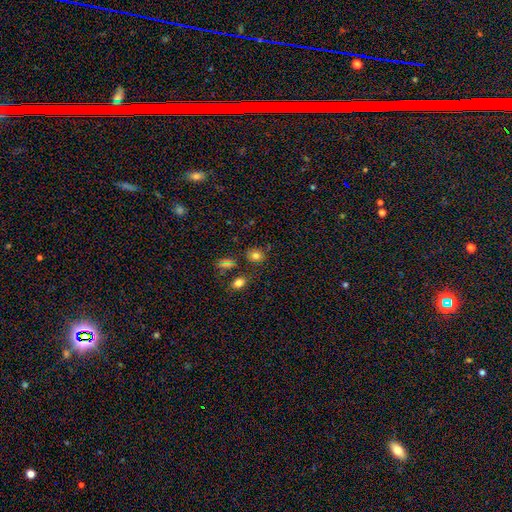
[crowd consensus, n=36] Q: Smooth or featured?
A: smooth (81%); runner-up: featured or disk (14%)
Q: How rounded?
A: in between (69%); runner-up: round (31%)
Q: Merging?
A: none (74%); runner-up: minor disturbance (15%)